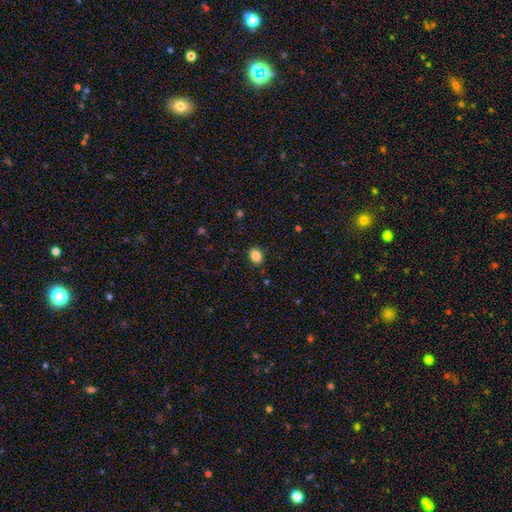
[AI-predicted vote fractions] smooth-or-featured: smooth: 86% | star or artifact: 9% | featured or disk: 4%
  how-rounded: in between: 60% | round: 39% | cigar-shaped: 1%
  merging: none: 87% | minor disturbance: 9% | major disturbance: 2% | merger: 1%